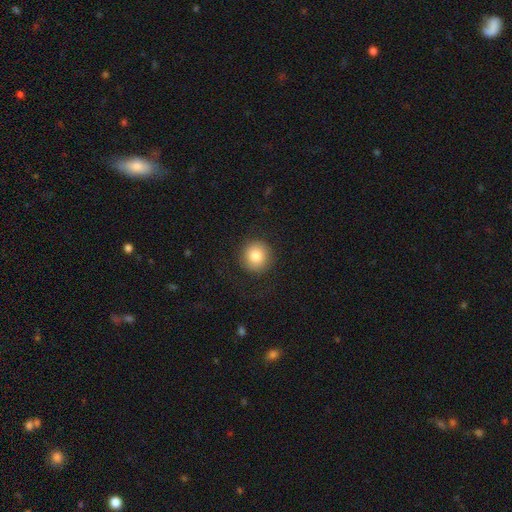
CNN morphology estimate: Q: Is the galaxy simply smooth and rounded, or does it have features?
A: smooth — 83%.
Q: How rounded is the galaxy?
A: round — 93%.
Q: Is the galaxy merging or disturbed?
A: none — 87%.